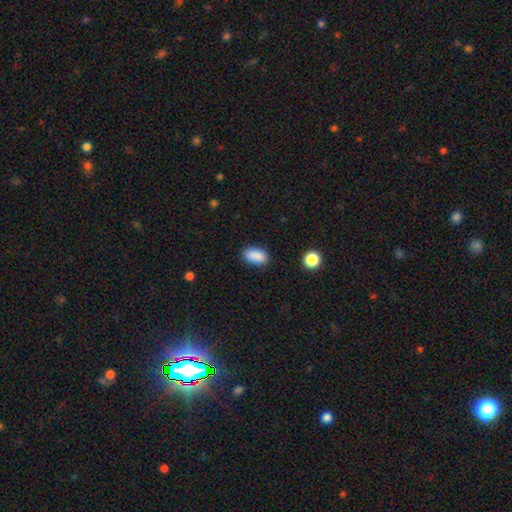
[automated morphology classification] A smooth galaxy with no disk features (89%) that is in between round and cigar-shaped (91%). Merging: none (84%).